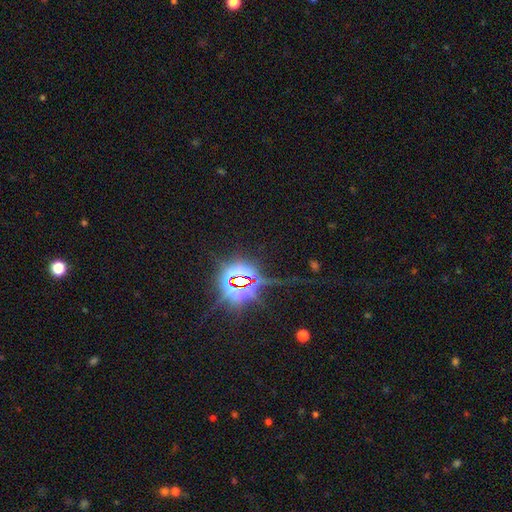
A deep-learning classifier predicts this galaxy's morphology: Smooth or featured? Predicted: star or artifact (p=0.85).